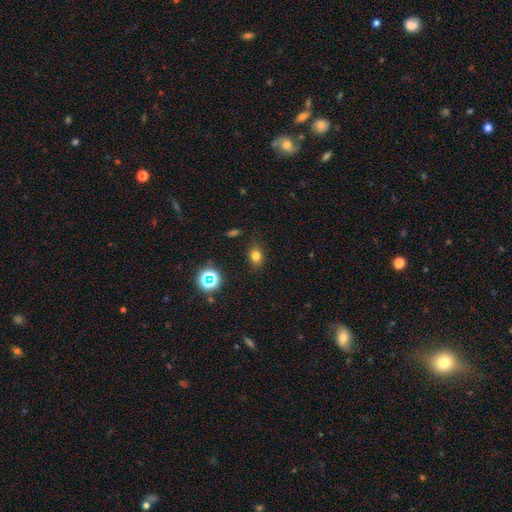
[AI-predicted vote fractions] This appears to be a smooth galaxy with no disk features (74%) that is in between round and cigar-shaped (58%). Merging: none (84%).